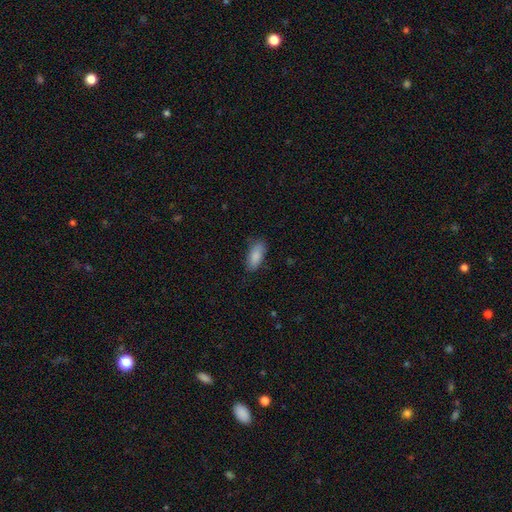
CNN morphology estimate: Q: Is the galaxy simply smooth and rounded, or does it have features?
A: smooth — 87%.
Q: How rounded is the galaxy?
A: in between — 85%.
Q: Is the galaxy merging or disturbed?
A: none — 80%.